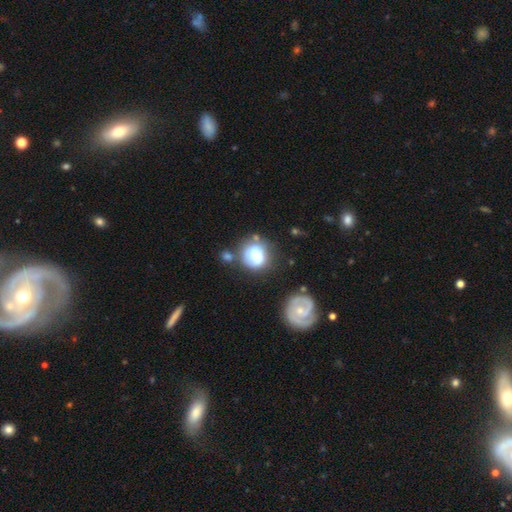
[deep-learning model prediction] Morphology: type=smooth (62%); roundness=round (81%); merging=none (56%).